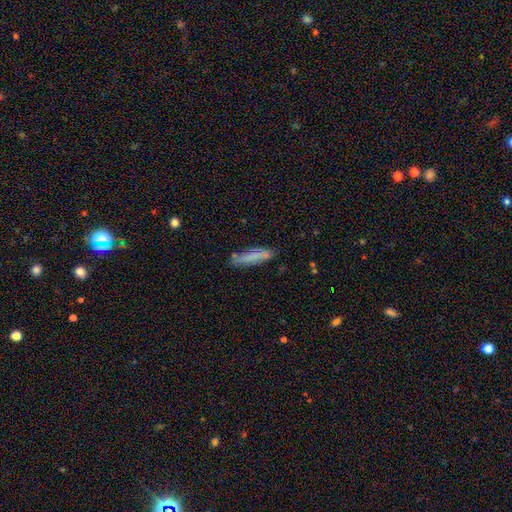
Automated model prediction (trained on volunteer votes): smooth_or_featured: smooth (p=0.76) [alt: featured or disk p=0.17]
how_rounded: cigar-shaped (p=0.83) [alt: in between p=0.16]
merging: none (p=0.79) [alt: minor disturbance p=0.15]